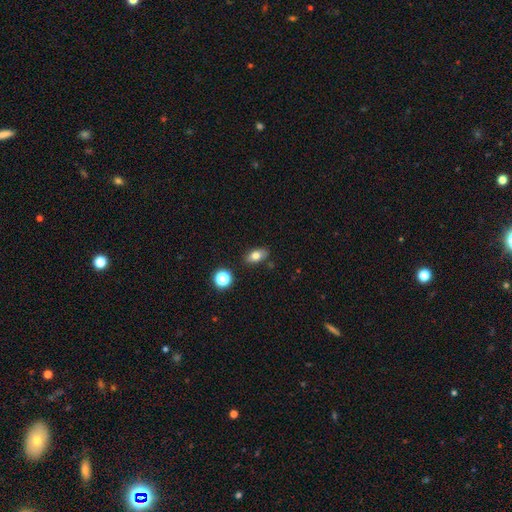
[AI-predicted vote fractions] This is likely a smooth galaxy (76%). How rounded: clearly in between (84%). Merging: clearly none (83%).